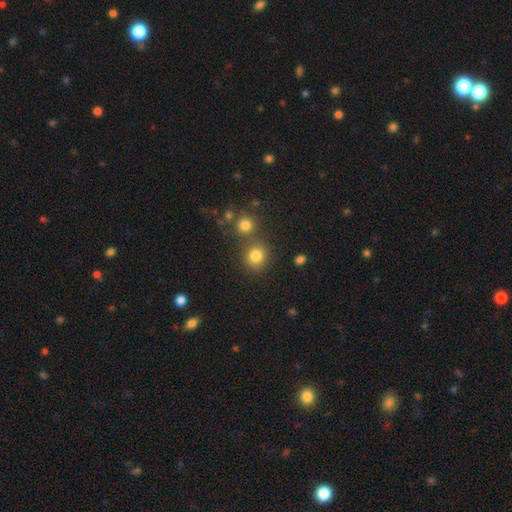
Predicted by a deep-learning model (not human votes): Morphology: type=smooth (81%); roundness=round (86%); merging=none (73%).